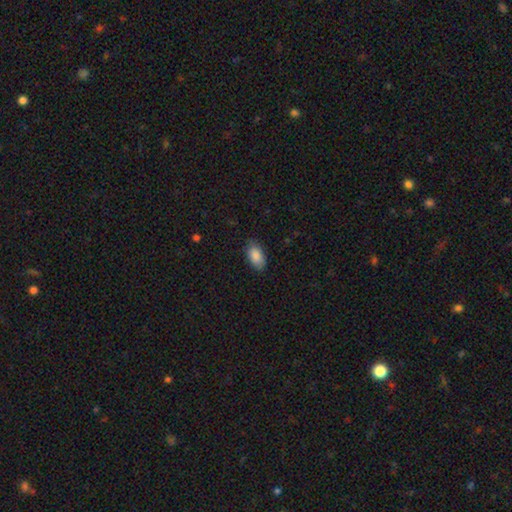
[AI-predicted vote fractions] Smooth or featured: smooth — 87% (star or artifact — 7%)
How rounded: in between — 93% (round — 3%)
Merging: none — 81% (minor disturbance — 15%)